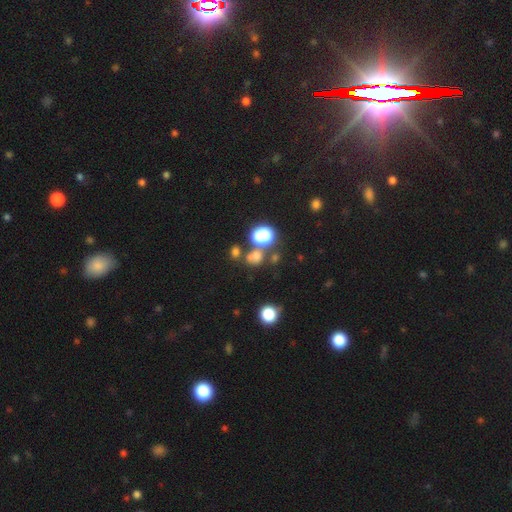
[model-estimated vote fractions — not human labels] smooth-or-featured: smooth: 60% | star or artifact: 30% | featured or disk: 10%
  how-rounded: round: 78% | in between: 21% | cigar-shaped: 1%
  merging: none: 57% | merger: 27% | minor disturbance: 10% | major disturbance: 6%